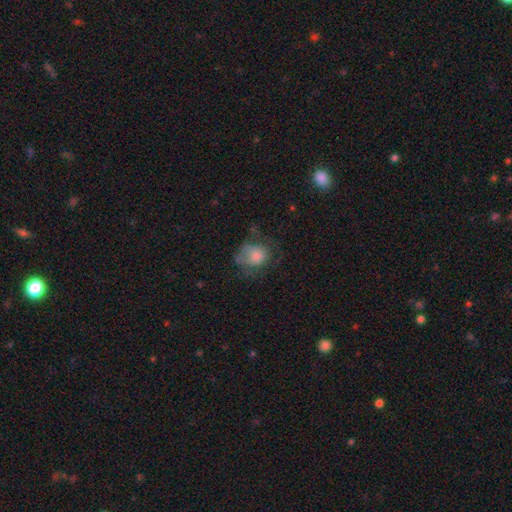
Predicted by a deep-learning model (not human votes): The model was most divided on "how rounded": round: 58%, in between: 41%, cigar-shaped: 1%. Remaining: smooth or featured — smooth (62%); merging — none (45%).